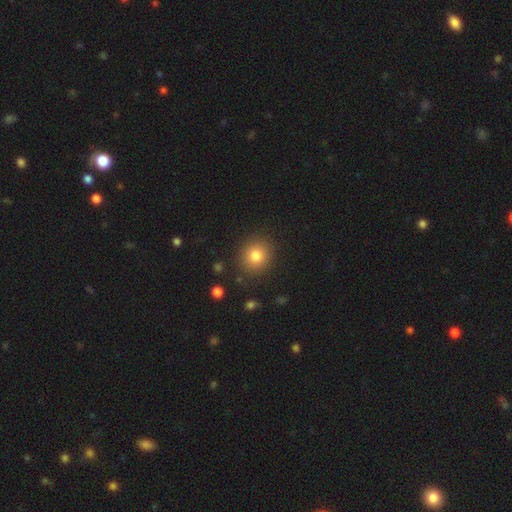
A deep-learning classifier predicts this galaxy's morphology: Smooth or featured: smooth — 81% (star or artifact — 11%)
How rounded: round — 85% (in between — 15%)
Merging: none — 88% (minor disturbance — 8%)